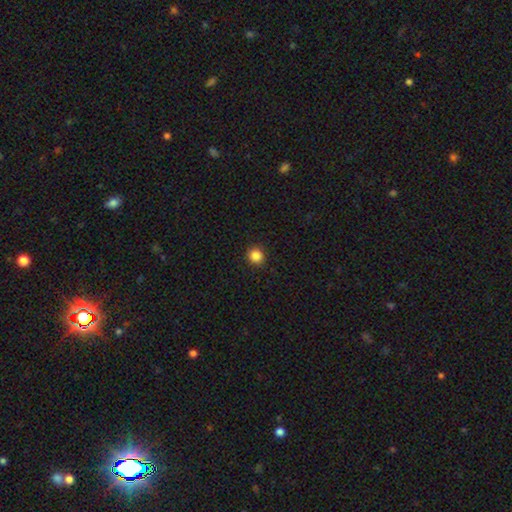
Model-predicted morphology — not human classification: The model was most divided on "smooth or featured": smooth: 85%, star or artifact: 11%, featured or disk: 4%. More confident: merging — none (92%); how rounded — round (91%).